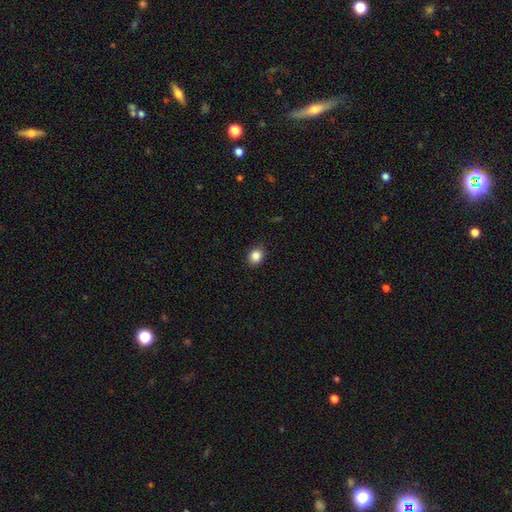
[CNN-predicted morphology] The model was most divided on "how rounded": round: 65%, in between: 34%, cigar-shaped: 1%. More confident: merging — none (88%); smooth or featured — smooth (86%).